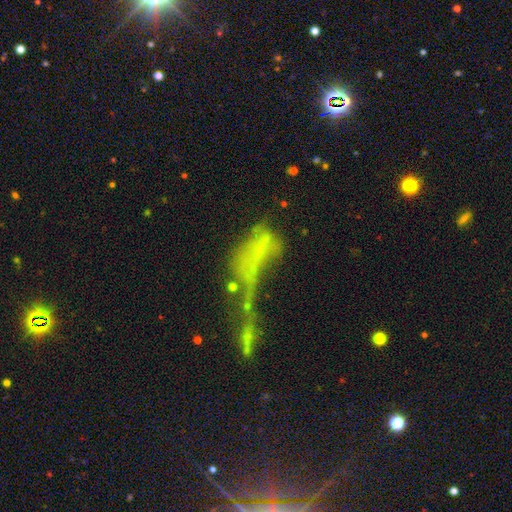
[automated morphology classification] Smooth or featured? featured or disk (42%)
Merging? major disturbance (41%)